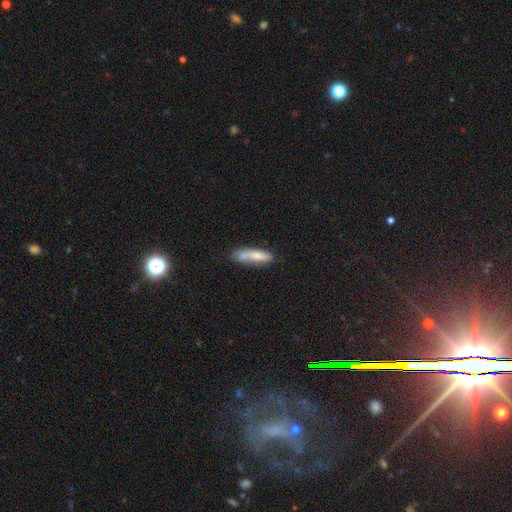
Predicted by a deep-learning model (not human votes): smooth-or-featured: smooth: 72% | featured or disk: 21% | star or artifact: 7%
  how-rounded: cigar-shaped: 63% | in between: 35% | round: 2%
  merging: none: 53% | minor disturbance: 25% | merger: 15% | major disturbance: 7%